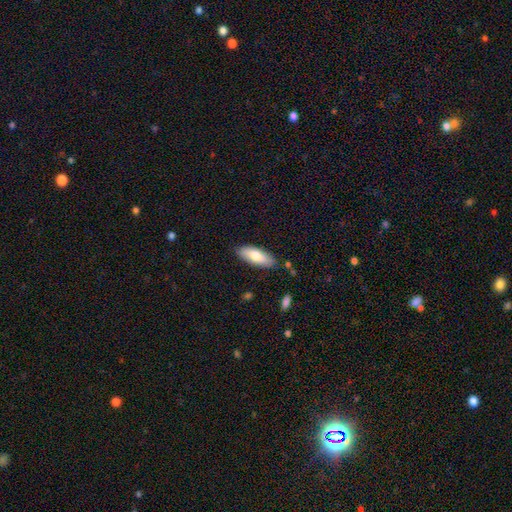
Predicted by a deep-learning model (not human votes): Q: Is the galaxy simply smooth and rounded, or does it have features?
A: smooth — 76%.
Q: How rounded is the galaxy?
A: in between — 74%.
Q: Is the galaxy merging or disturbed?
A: none — 82%.